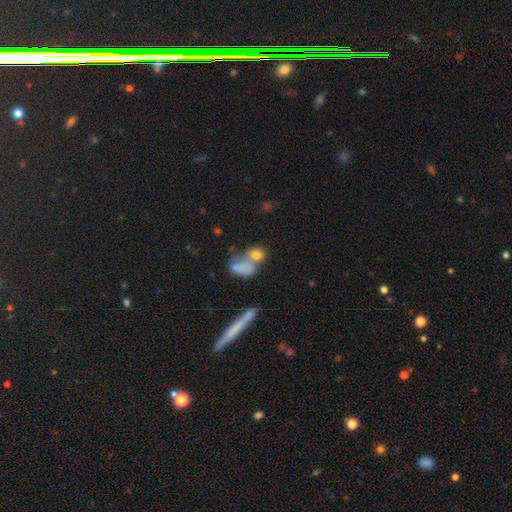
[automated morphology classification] This is likely a smooth galaxy (71%). How rounded: possibly in between (50%). Merging: possibly merger (47%).